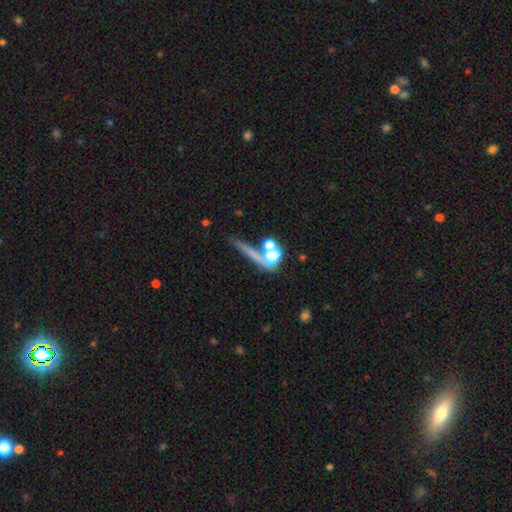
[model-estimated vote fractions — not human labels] smooth-or-featured: smooth: 44% | star or artifact: 28% | featured or disk: 28%
  merging: none: 60% | merger: 21% | minor disturbance: 11% | major disturbance: 9%